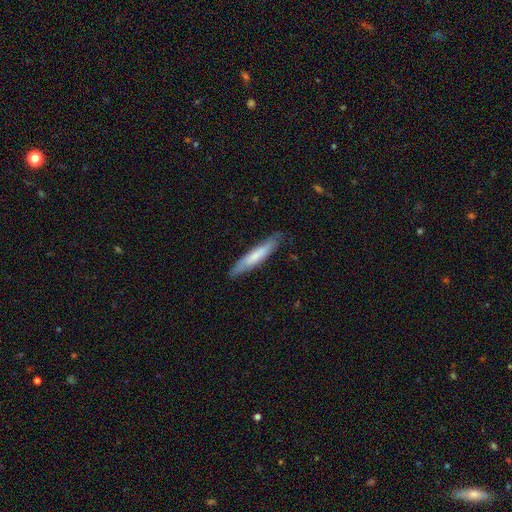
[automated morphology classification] Overall: smooth (62%; featured or disk 32%). How rounded: cigar-shaped (89%). Merging: none (82%).